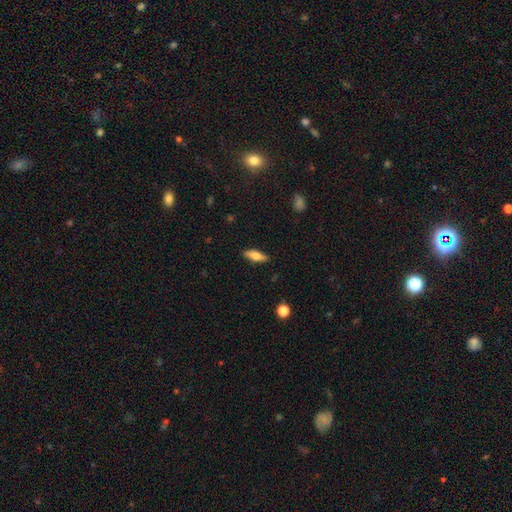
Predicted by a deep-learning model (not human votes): This appears to be a smooth galaxy with no disk features (60%) that is in between round and cigar-shaped (58%). Merging: none (87%).